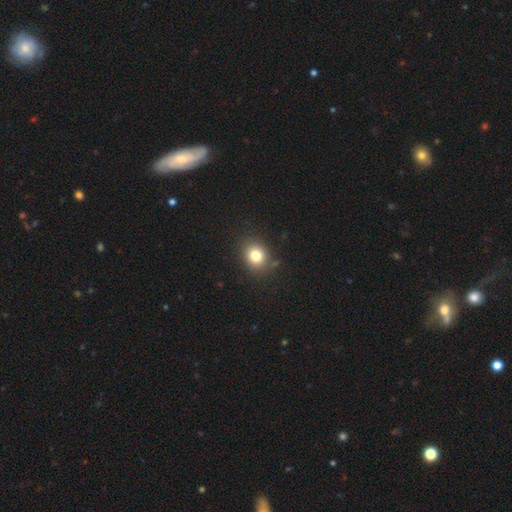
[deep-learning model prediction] This is likely a smooth galaxy (80%). How rounded: likely round (68%). Merging: clearly none (85%).